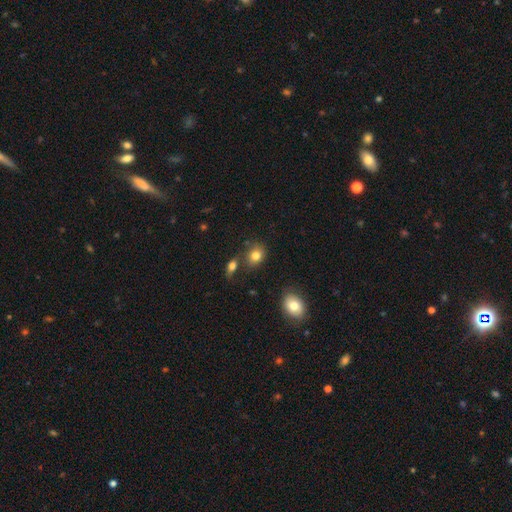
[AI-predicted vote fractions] Morphology: type=smooth (81%); roundness=in between (50%); merging=none (66%).